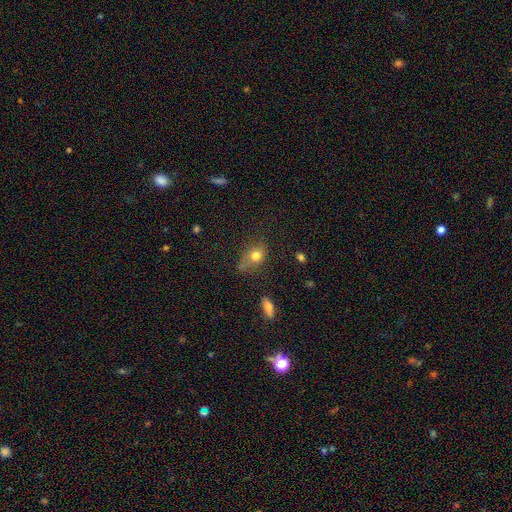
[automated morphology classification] Q: Smooth or featured?
A: smooth (76%); runner-up: featured or disk (13%)
Q: How rounded?
A: in between (60%); runner-up: round (37%)
Q: Merging?
A: none (52%); runner-up: minor disturbance (29%)